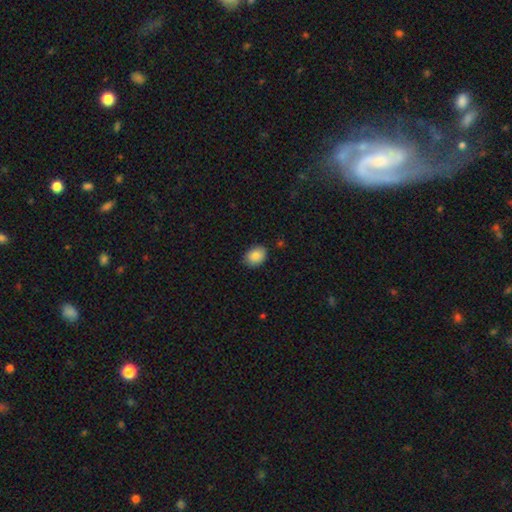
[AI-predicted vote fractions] Smooth or featured? Predicted: smooth (p=0.88). How rounded? Predicted: in between (p=0.66). Merging? Predicted: none (p=0.83).